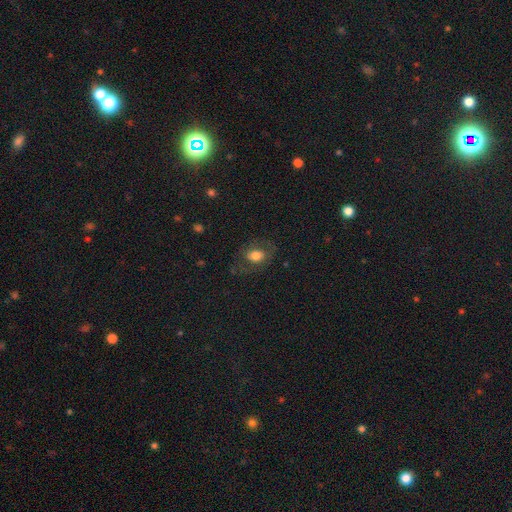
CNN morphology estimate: smooth-or-featured: smooth: 68% | featured or disk: 21% | star or artifact: 10%
  how-rounded: in between: 60% | round: 38% | cigar-shaped: 1%
  merging: none: 71% | minor disturbance: 16% | major disturbance: 12% | merger: 1%